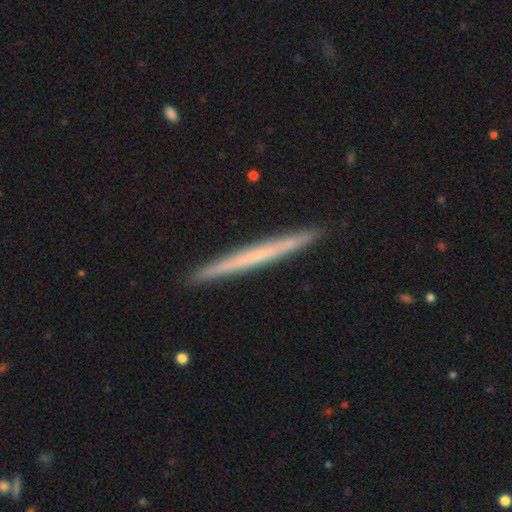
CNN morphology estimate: Overall: featured or disk (50%; smooth 44%). Edge-on disk: yes (97%). Merging: none (92%).